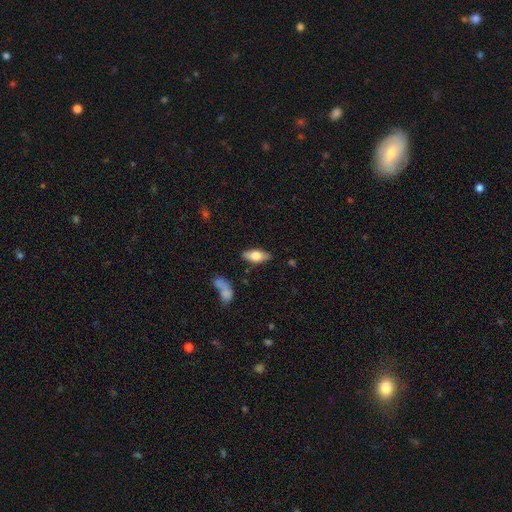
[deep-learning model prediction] A smooth galaxy with no disk features (69%) that is in between round and cigar-shaped (80%). Merging: none (82%).